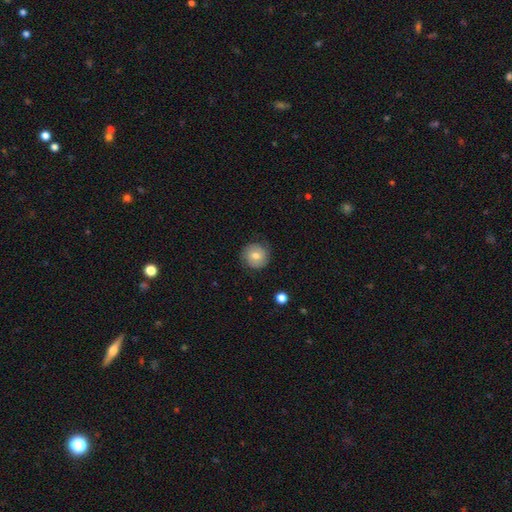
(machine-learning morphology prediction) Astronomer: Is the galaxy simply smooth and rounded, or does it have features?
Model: smooth — 66%.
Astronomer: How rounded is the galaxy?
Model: round — 92%.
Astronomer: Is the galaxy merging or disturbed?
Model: none — 81%.